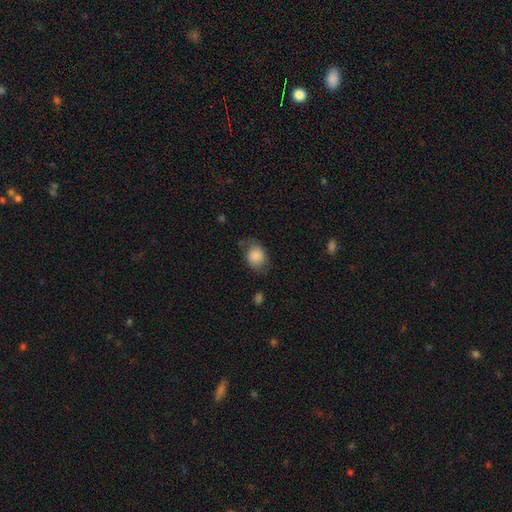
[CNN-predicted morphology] smooth-or-featured: smooth: 81% | featured or disk: 11% | star or artifact: 8%
  how-rounded: in between: 53% | round: 46% | cigar-shaped: 1%
  merging: none: 58% | minor disturbance: 28% | major disturbance: 12% | merger: 2%